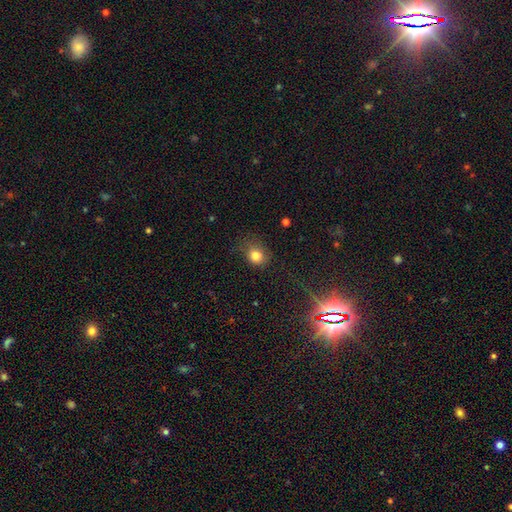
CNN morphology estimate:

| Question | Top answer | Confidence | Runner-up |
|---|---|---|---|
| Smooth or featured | smooth | 79% | star or artifact (13%) |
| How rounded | round | 65% | in between (34%) |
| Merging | none | 66% | minor disturbance (22%) |